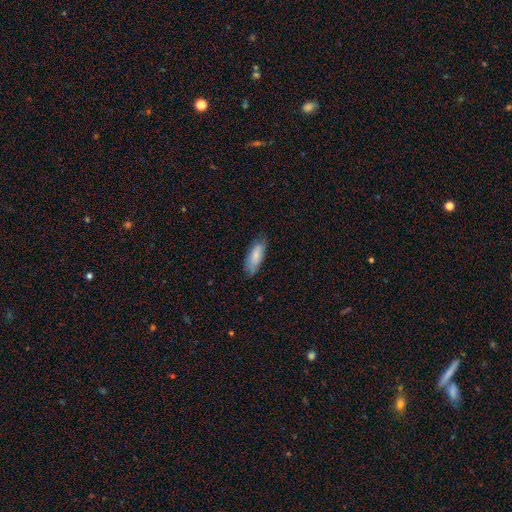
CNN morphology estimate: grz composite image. It shows a smooth galaxy with no disk features (79%) that is in between round and cigar-shaped (70%). Merging: none (73%).